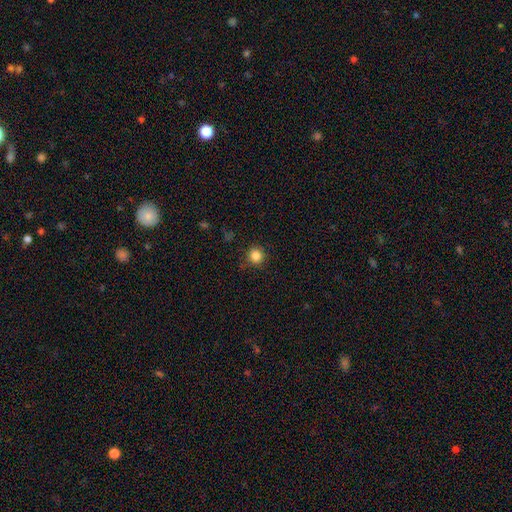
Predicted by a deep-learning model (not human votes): Smooth or featured: smooth — 84% (star or artifact — 12%)
How rounded: round — 94% (in between — 5%)
Merging: none — 87% (minor disturbance — 9%)